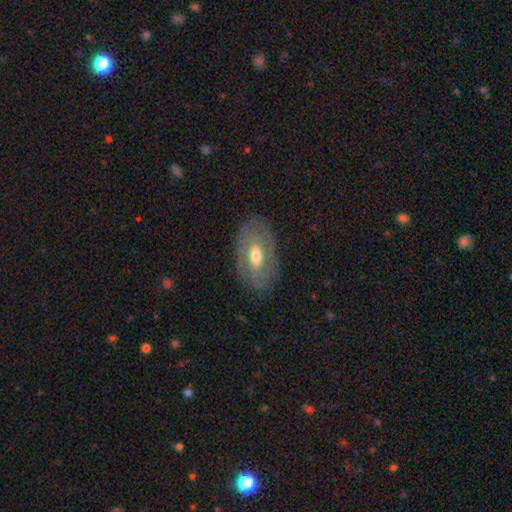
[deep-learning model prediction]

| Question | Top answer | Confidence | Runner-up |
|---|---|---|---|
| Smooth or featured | featured or disk | 58% | smooth (36%) |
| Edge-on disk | no | 89% | yes (11%) |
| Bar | no | 52% | weak (34%) |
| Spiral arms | no | 64% | yes (36%) |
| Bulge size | moderate | 70% | small (17%) |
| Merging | none | 81% | minor disturbance (13%) |